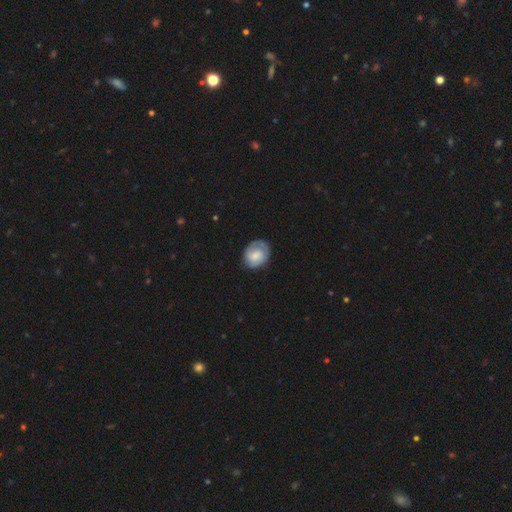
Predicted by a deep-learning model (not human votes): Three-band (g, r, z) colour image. It shows a featured or disk galaxy (47%, tied with smooth). Merging: none (72%).